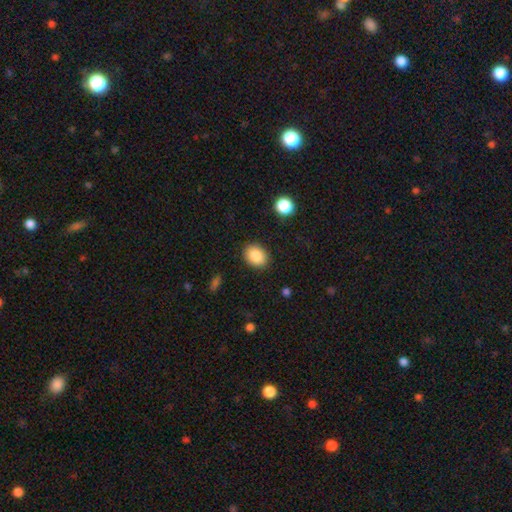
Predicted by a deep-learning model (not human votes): Smooth or featured: smooth — 87% (star or artifact — 8%)
How rounded: in between — 58% (round — 42%)
Merging: none — 88% (minor disturbance — 8%)